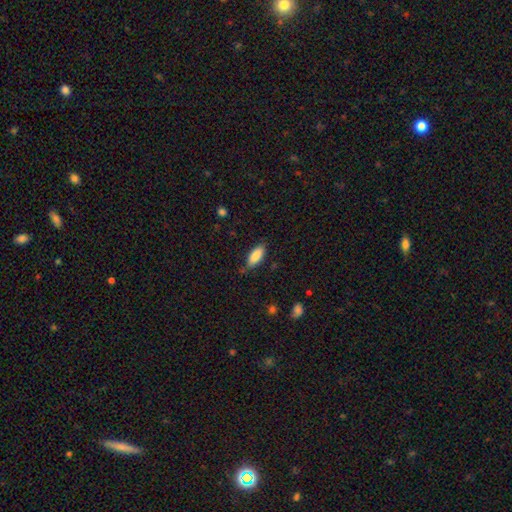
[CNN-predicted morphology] type=smooth (86%); roundness=in between (85%); merging=none (77%).